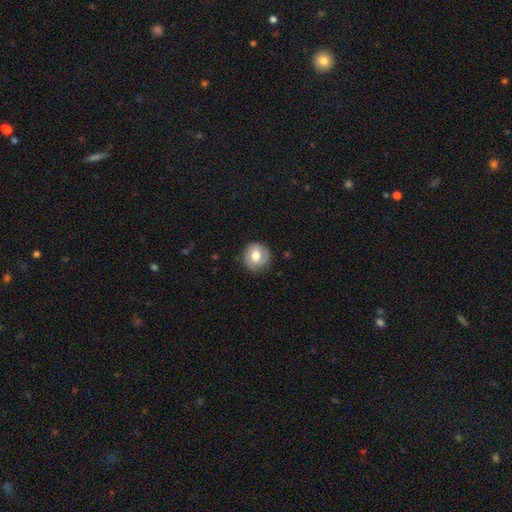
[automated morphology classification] smooth 66%, featured or disk 27%, star or artifact 7%. Down the decision tree: how rounded — round (90%); merging — none (82%).